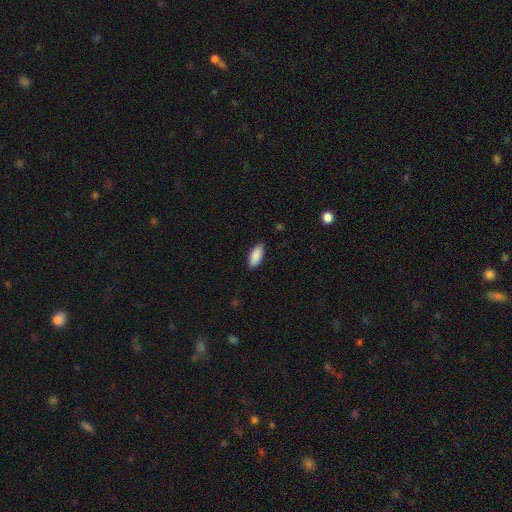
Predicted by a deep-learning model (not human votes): Smooth or featured: smooth — 90% (star or artifact — 6%)
How rounded: in between — 85% (cigar-shaped — 13%)
Merging: none — 89% (minor disturbance — 9%)